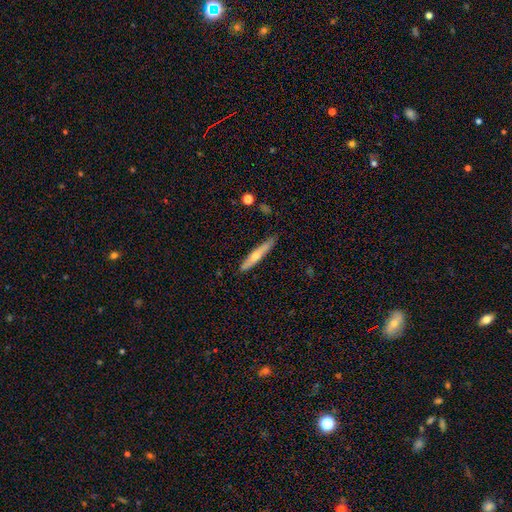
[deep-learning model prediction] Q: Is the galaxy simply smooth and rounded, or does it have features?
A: featured or disk — 48%.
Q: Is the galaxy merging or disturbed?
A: none — 85%.